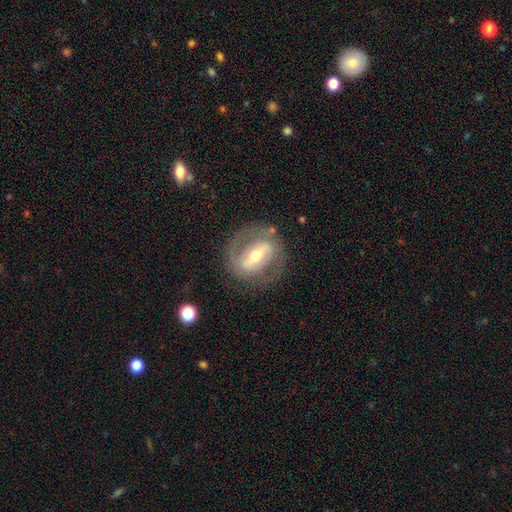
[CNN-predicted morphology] Overall: featured or disk (78%). Edge-on disk: no (92%). Bar: strong (61%; weak 27%). Spiral arms: yes (73%). Spiral arm count: 2 (79%). Spiral winding: medium (44%; tight 36%). Bulge size: moderate (64%; small 29%). Merging: none (76%).